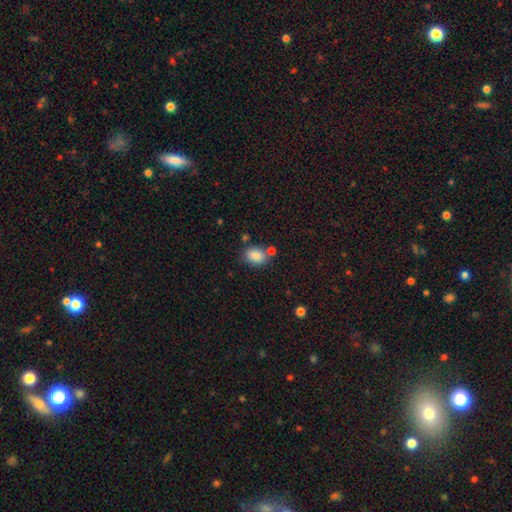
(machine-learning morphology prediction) Smooth or featured?
  - smooth: 85% *
  - star or artifact: 9%
  - featured or disk: 6%
How rounded?
  - in between: 72% *
  - round: 27%
  - cigar-shaped: 1%
Merging?
  - none: 70% *
  - minor disturbance: 15%
  - merger: 12%
  - major disturbance: 4%